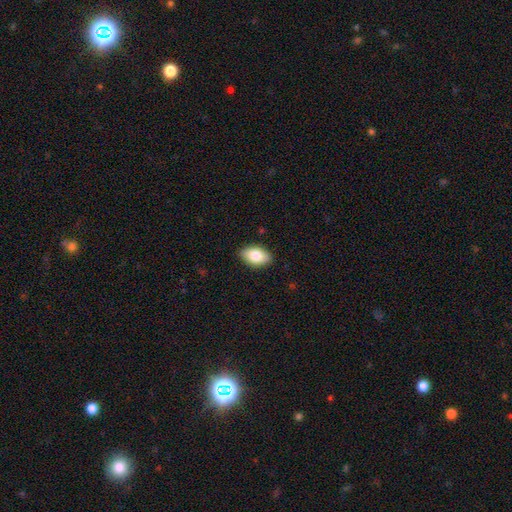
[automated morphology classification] The model was most divided on "smooth or featured": smooth: 83%, featured or disk: 10%, star or artifact: 7%. More confident: how rounded — in between (91%); merging — none (87%).